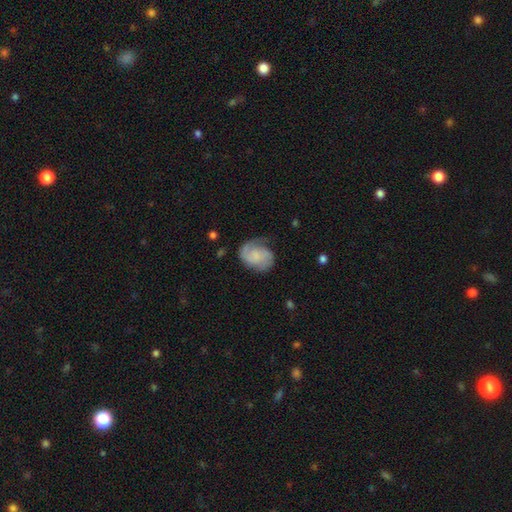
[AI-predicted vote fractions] The model was most divided on "spiral winding": medium: 43%, tight: 34%, loose: 23%. Remaining: edge-on disk — no (98%); spiral arms — yes (93%); spiral arm count — 2 (70%); smooth or featured — featured or disk (64%); bar — no (64%); merging — none (61%); bulge size — none (46%).